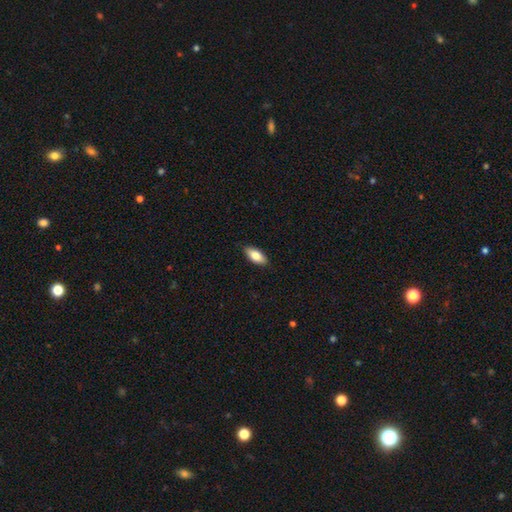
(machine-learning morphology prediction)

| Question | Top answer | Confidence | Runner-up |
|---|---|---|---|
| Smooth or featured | smooth | 79% | featured or disk (15%) |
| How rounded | in between | 85% | cigar-shaped (12%) |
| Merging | none | 88% | minor disturbance (10%) |